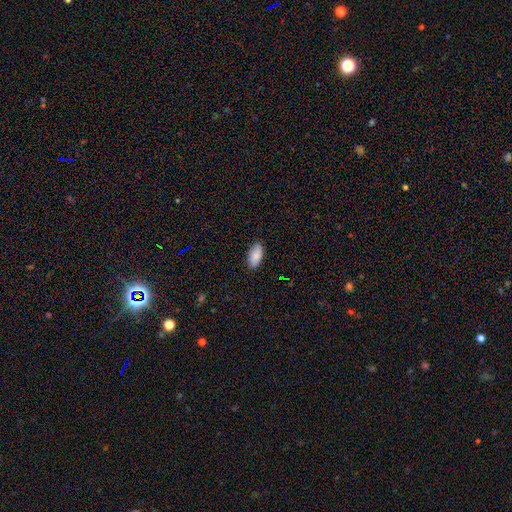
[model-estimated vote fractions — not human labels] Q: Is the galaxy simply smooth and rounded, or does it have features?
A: smooth — 86%.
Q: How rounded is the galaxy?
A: in between — 93%.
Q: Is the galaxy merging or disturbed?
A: none — 85%.